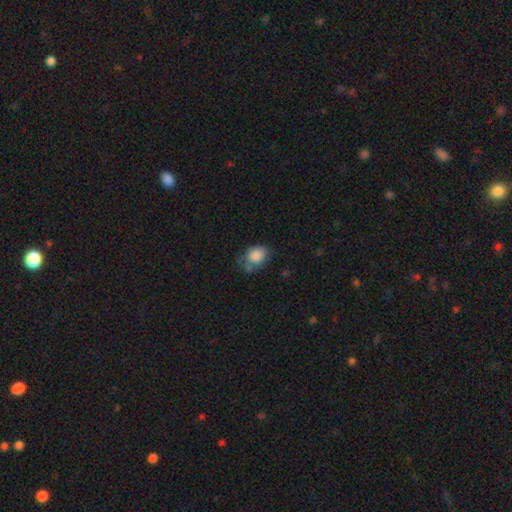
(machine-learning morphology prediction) smooth 85%, star or artifact 8%, featured or disk 7%. Down the decision tree: how rounded — in between (55%); merging — none (54%).